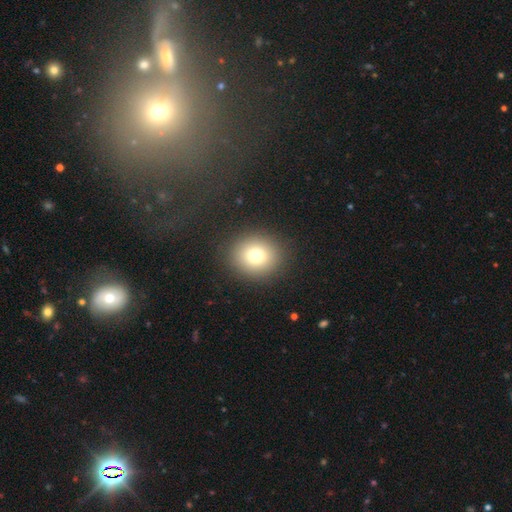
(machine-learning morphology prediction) Smooth or featured?
  - smooth: 75% *
  - star or artifact: 14%
  - featured or disk: 11%
How rounded?
  - round: 83% *
  - in between: 16%
  - cigar-shaped: 1%
Merging?
  - none: 89% *
  - minor disturbance: 6%
  - major disturbance: 3%
  - merger: 1%